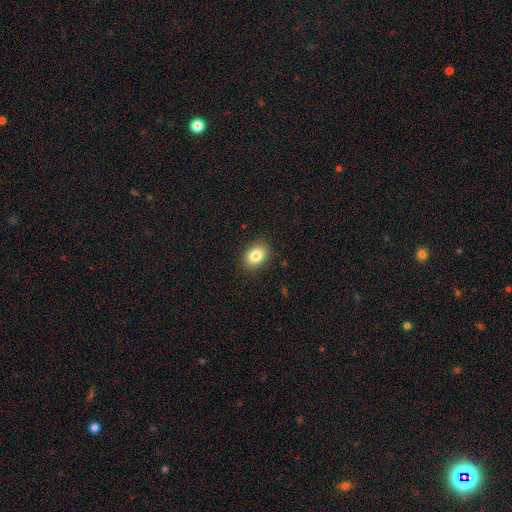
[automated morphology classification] Smooth or featured? Predicted: smooth (p=0.84). How rounded? Predicted: in between (p=0.74). Merging? Predicted: none (p=0.88).